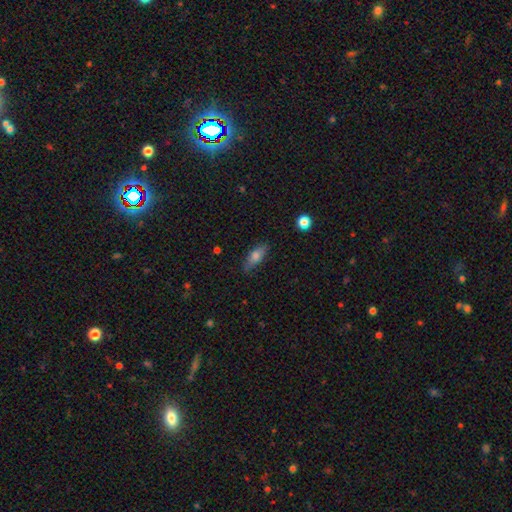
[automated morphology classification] This appears to be a smooth galaxy with no disk features (69%) that is in between round and cigar-shaped (62%). Merging: none (78%).